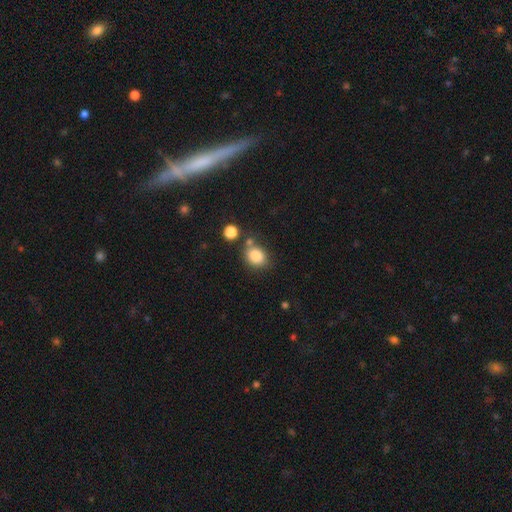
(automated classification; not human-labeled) smooth_or_featured: smooth (p=0.83) [alt: star or artifact p=0.10]
how_rounded: round (p=0.55) [alt: in between p=0.44]
merging: none (p=0.64) [alt: merger p=0.18]